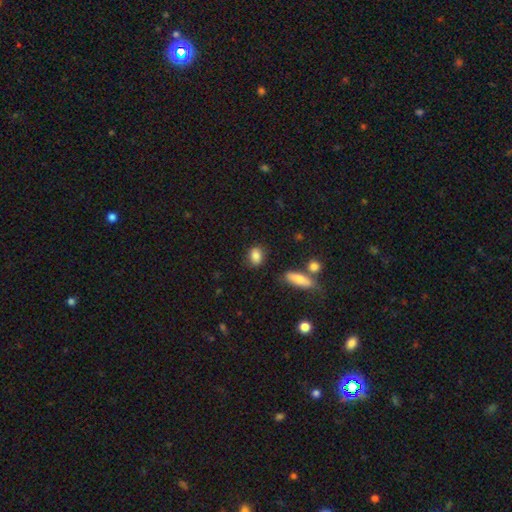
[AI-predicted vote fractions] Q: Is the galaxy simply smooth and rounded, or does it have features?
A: smooth — 84%.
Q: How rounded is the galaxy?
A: in between — 67%.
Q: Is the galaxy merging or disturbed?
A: none — 79%.